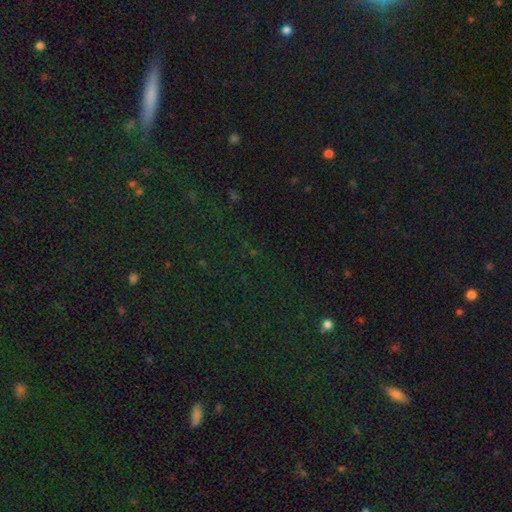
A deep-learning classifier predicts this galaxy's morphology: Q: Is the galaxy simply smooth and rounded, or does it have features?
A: star or artifact — 73%.